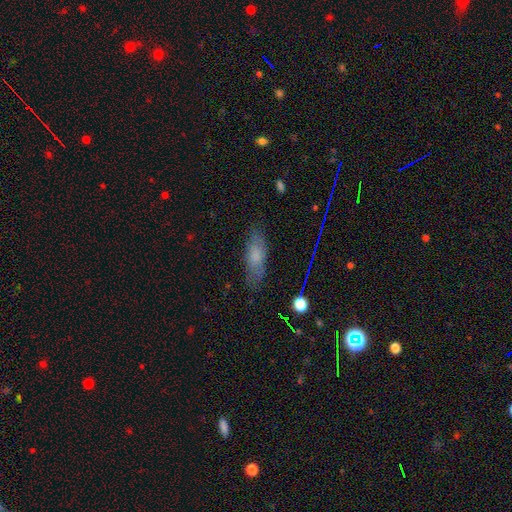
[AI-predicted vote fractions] smooth-or-featured: smooth: 66% | featured or disk: 23% | star or artifact: 12%
  how-rounded: in between: 64% | cigar-shaped: 33% | round: 3%
  merging: none: 78% | minor disturbance: 16% | major disturbance: 5% | merger: 1%